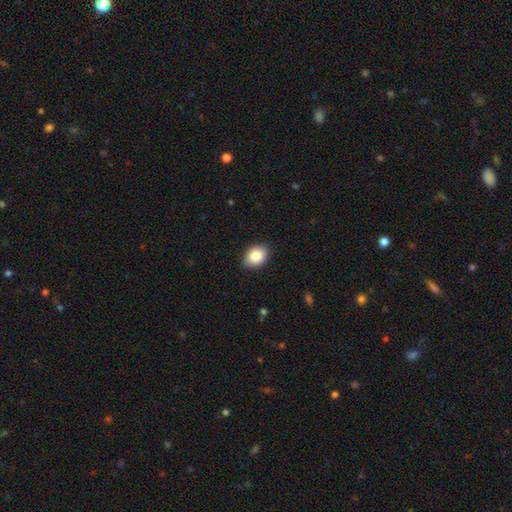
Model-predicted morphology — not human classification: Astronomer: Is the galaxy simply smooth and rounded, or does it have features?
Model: smooth — 87%.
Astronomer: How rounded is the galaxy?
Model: in between — 72%.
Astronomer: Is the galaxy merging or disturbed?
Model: none — 84%.